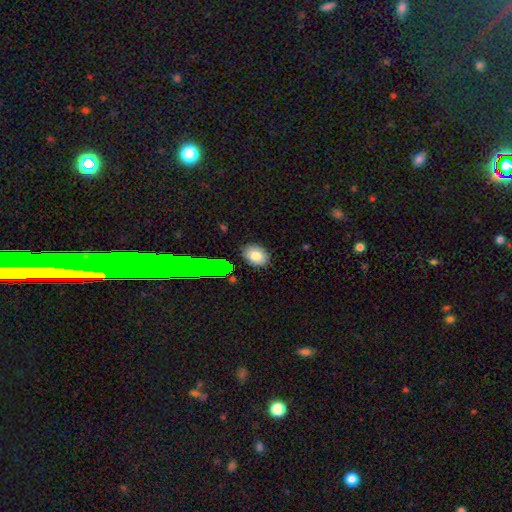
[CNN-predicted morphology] Smooth or featured: smooth — 78% (star or artifact — 12%)
How rounded: in between — 75% (round — 24%)
Merging: none — 84% (minor disturbance — 11%)